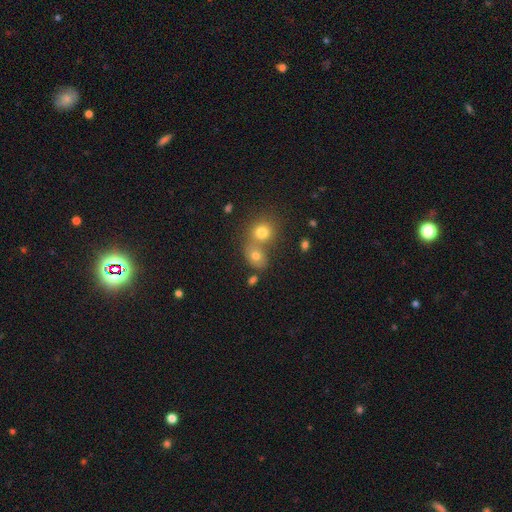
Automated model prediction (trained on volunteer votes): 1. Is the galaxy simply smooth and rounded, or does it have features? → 73% smooth, 14% star or artifact, 13% featured or disk.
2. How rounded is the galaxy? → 50% in between, 49% round, 1% cigar-shaped.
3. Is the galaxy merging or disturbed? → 45% none, 42% merger, 9% minor disturbance, 4% major disturbance.